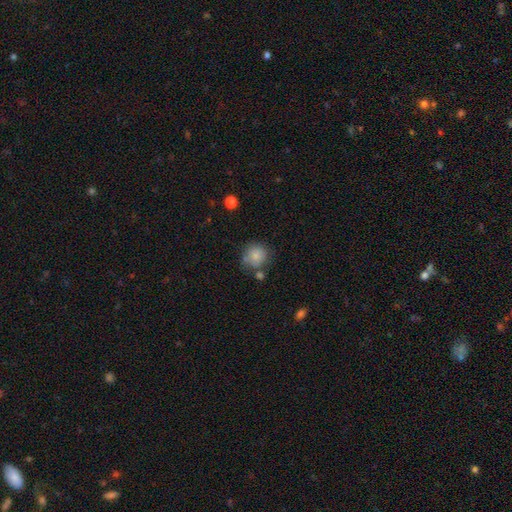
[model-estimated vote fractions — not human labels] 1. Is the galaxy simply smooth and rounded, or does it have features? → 82% smooth, 9% featured or disk, 9% star or artifact.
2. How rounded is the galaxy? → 88% round, 11% in between, 1% cigar-shaped.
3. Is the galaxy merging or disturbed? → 65% none, 18% minor disturbance, 10% merger, 6% major disturbance.